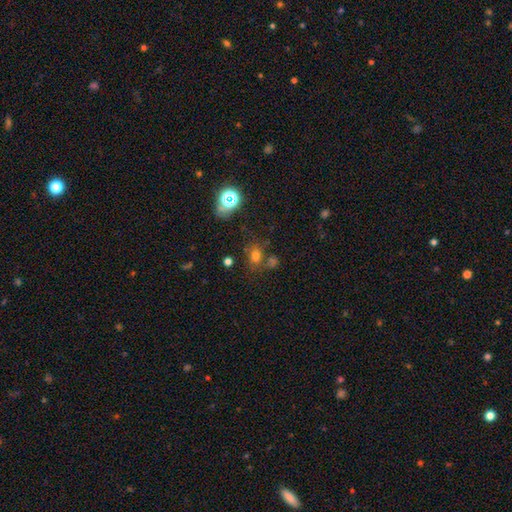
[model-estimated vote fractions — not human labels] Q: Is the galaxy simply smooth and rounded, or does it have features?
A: smooth — 64%.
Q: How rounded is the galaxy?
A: round — 58%.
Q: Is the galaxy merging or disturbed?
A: none — 64%.